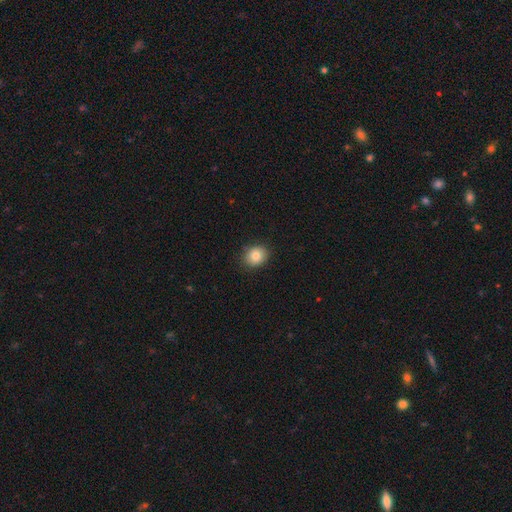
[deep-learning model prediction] Smooth or featured? smooth (83%)
How rounded? round (64%)
Merging? none (88%)